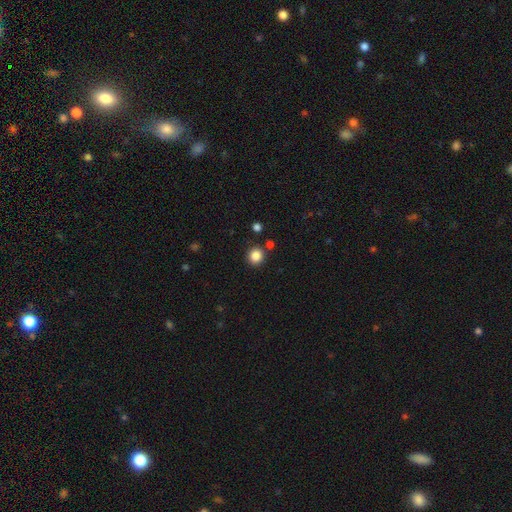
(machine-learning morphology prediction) smooth_or_featured: smooth (p=0.85) [alt: star or artifact p=0.11]
how_rounded: round (p=0.90) [alt: in between p=0.09]
merging: none (p=0.86) [alt: minor disturbance p=0.07]